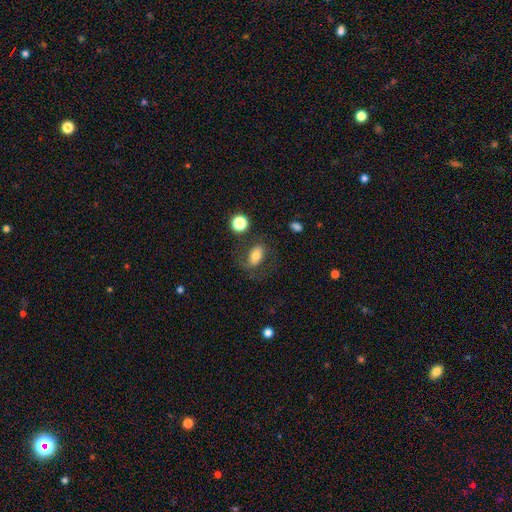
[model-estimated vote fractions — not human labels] Overall: smooth (66%). How rounded: in between (84%). Merging: none (61%).